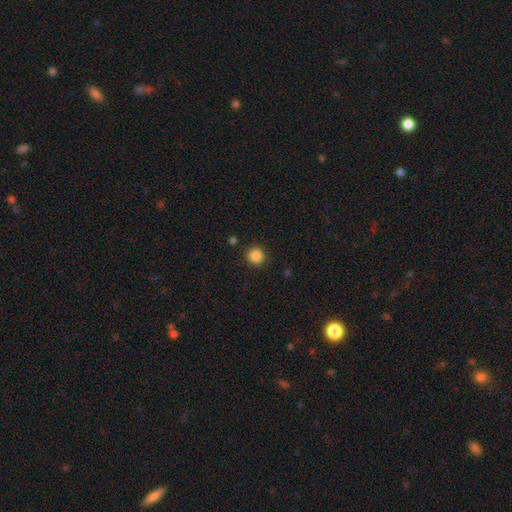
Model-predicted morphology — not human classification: type=smooth (86%); roundness=round (92%); merging=none (90%).